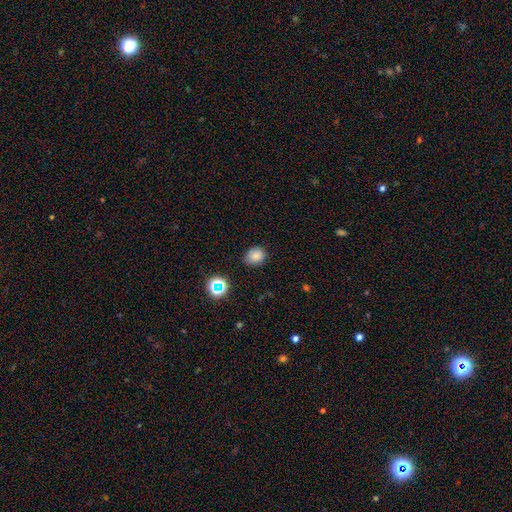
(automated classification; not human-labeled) Morphology: type=smooth (80%); roundness=round (61%); merging=none (78%).